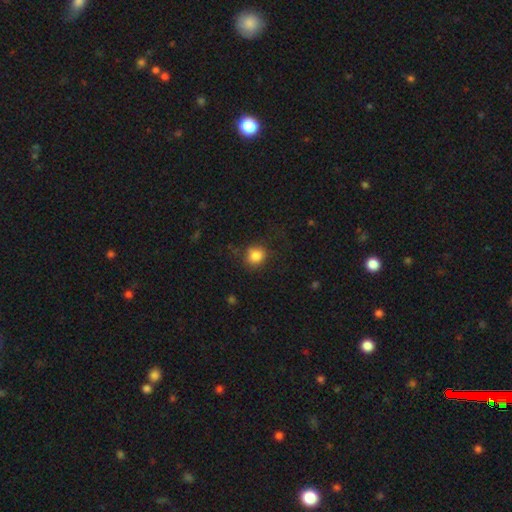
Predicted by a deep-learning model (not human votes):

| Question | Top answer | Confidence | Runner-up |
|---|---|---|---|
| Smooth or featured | smooth | 85% | star or artifact (10%) |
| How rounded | round | 82% | in between (17%) |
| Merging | none | 77% | minor disturbance (15%) |